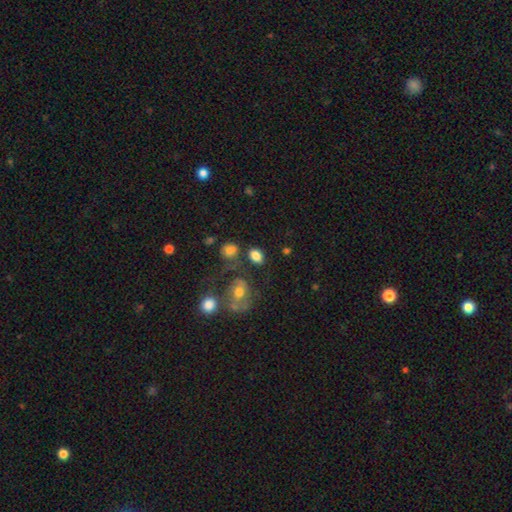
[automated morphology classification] Smooth or featured? smooth (81%)
How rounded? in between (74%)
Merging? none (68%)